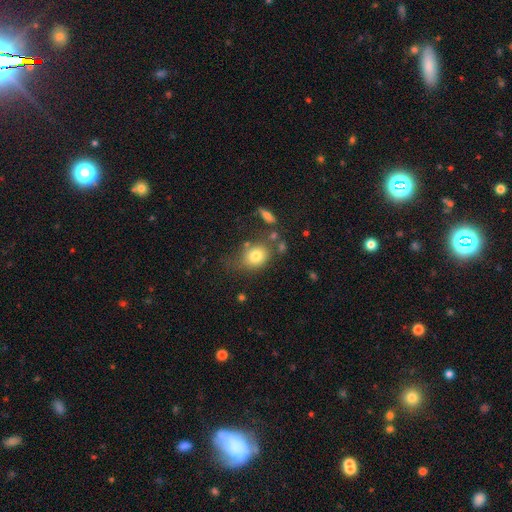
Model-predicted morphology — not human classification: Smooth or featured? smooth (78%)
How rounded? round (52%)
Merging? none (58%)